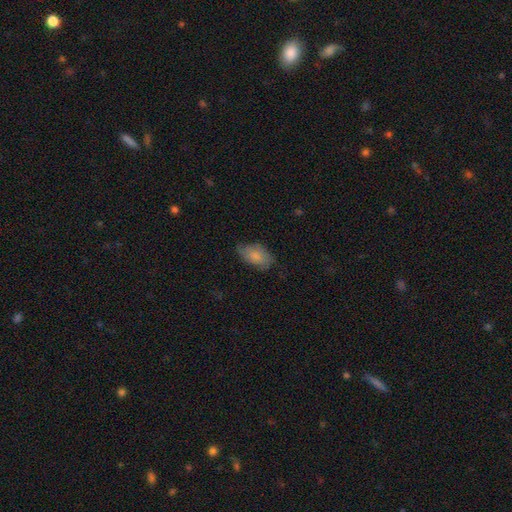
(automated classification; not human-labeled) smooth_or_featured: smooth (p=0.75) [alt: featured or disk p=0.18]
how_rounded: in between (p=0.93) [alt: round p=0.04]
merging: none (p=0.67) [alt: minor disturbance p=0.26]